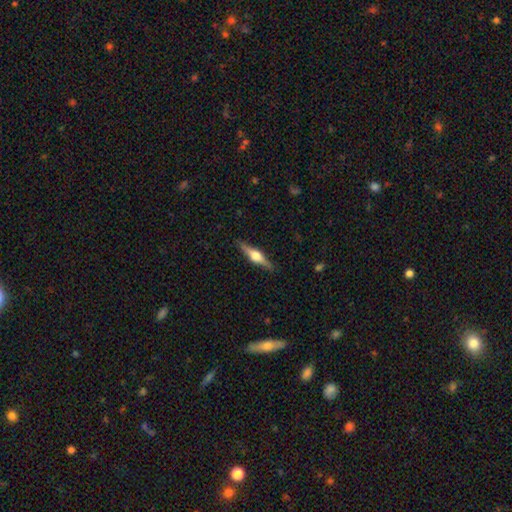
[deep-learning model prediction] Smooth or featured? Predicted: featured or disk (p=0.73). Edge-on disk? Predicted: yes (p=0.98). Edge-on bulge? Predicted: rounded (p=0.93). Merging? Predicted: none (p=0.89).